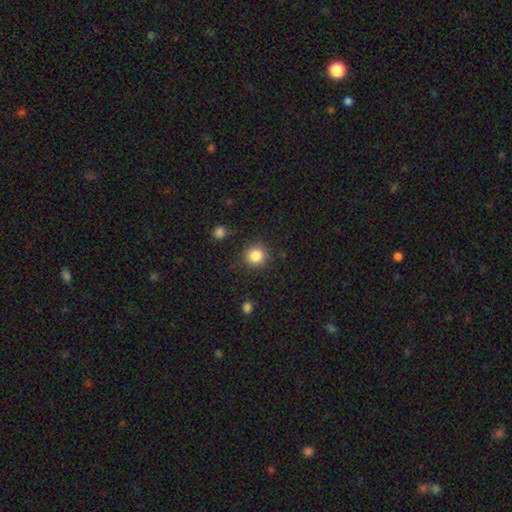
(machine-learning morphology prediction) A smooth galaxy with no disk features (85%) that is round (91%).

Vote fractions:
- Smooth or featured? smooth: 85% / star or artifact: 10% / featured or disk: 5%
- How rounded? round: 91% / in between: 8% / cigar-shaped: 1%
- Merging? none: 87% / minor disturbance: 8% / major disturbance: 3% / merger: 2%